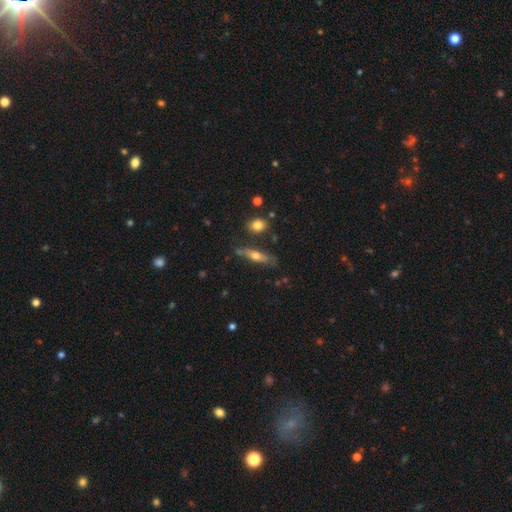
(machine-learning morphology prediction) Smooth or featured: smooth — 49% (featured or disk — 43%)
Merging: none — 67% (minor disturbance — 20%)